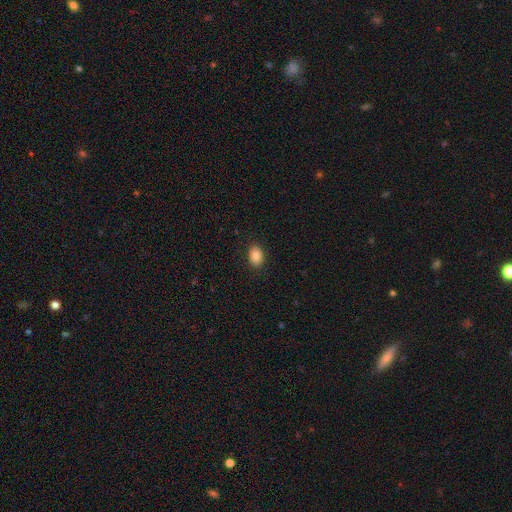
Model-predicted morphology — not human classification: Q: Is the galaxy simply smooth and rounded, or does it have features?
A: smooth — 88%.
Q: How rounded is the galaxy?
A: in between — 80%.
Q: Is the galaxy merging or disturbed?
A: none — 88%.